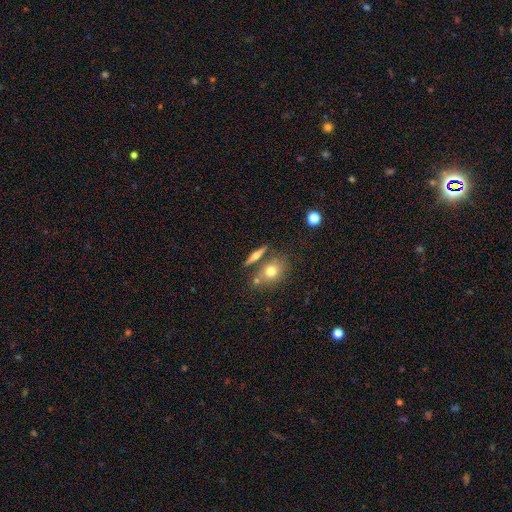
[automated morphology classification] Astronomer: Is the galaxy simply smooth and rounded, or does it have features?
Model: featured or disk — 47% (runner-up: smooth, 44%).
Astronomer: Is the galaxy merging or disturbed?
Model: none — 70%.